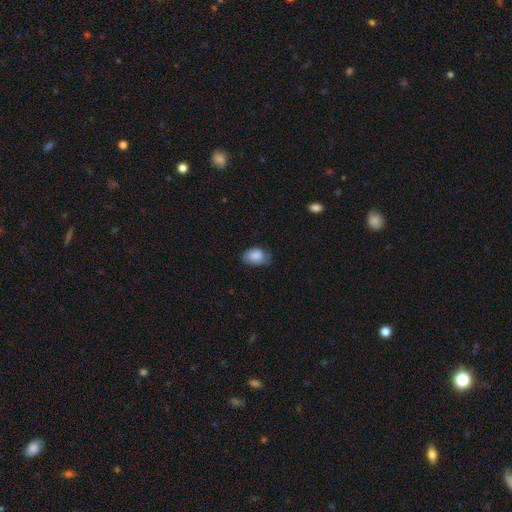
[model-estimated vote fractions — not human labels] This appears to be a smooth galaxy with no disk features (80%) that is in between round and cigar-shaped (84%). Merging: none (61%).